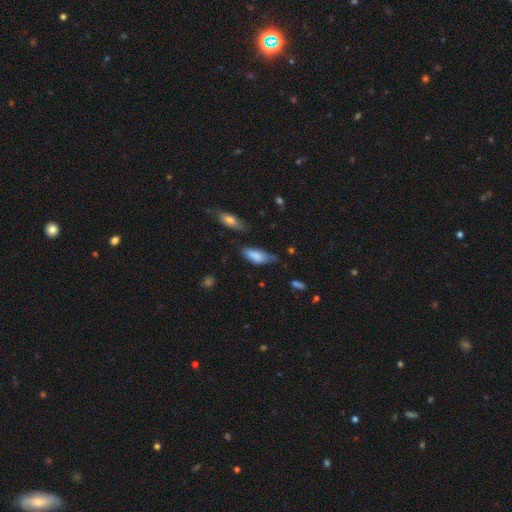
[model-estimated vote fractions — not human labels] smooth-or-featured: smooth: 79% | featured or disk: 13% | star or artifact: 8%
  how-rounded: in between: 80% | cigar-shaped: 18% | round: 2%
  merging: minor disturbance: 42% | none: 38% | major disturbance: 15% | merger: 5%